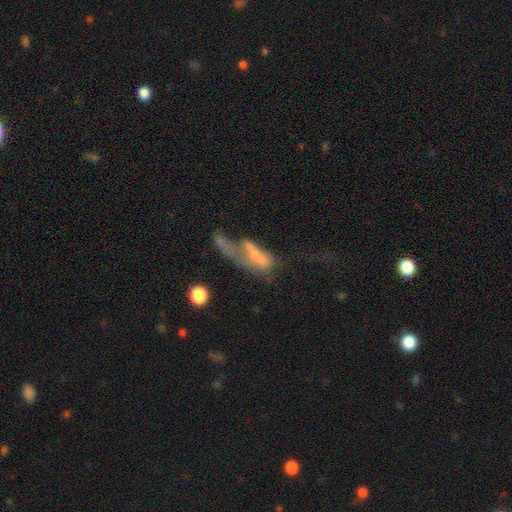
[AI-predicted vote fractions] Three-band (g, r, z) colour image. It shows a featured or disk galaxy (46%). Merging: major disturbance (49%).